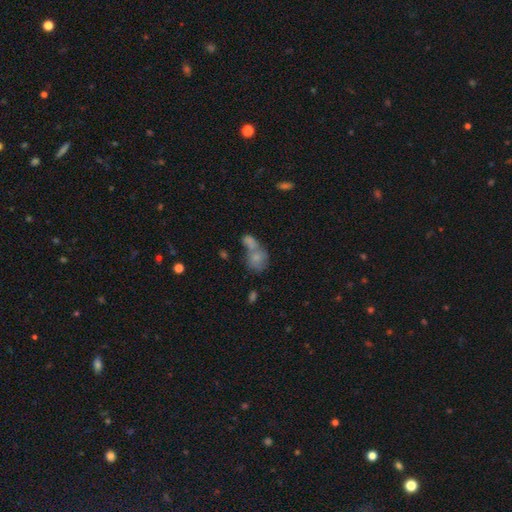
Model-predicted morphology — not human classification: A smooth galaxy with no disk features (67%) that is in between round and cigar-shaped (57%). Merging: merger (56%).